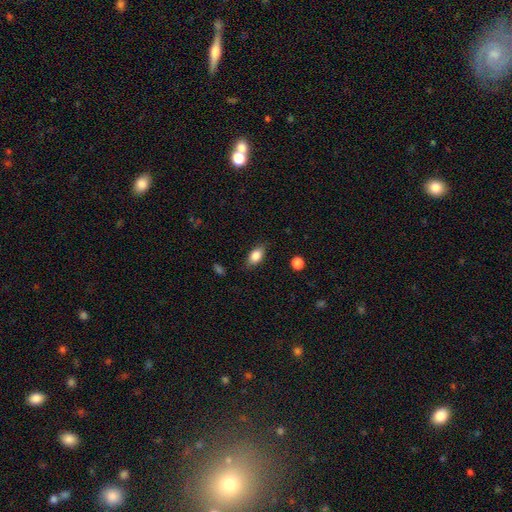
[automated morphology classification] This appears to be a smooth galaxy with no disk features (83%) that is in between round and cigar-shaped (87%). Merging: none (81%).